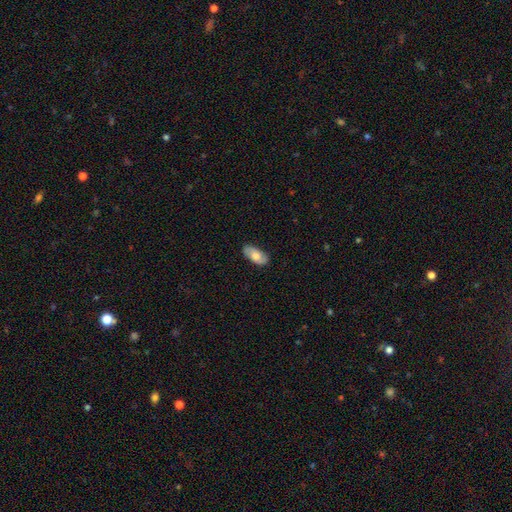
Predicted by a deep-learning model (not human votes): The model was most divided on "smooth or featured": smooth: 63%, featured or disk: 30%, star or artifact: 6%. More confident: how rounded — in between (92%); merging — none (82%).